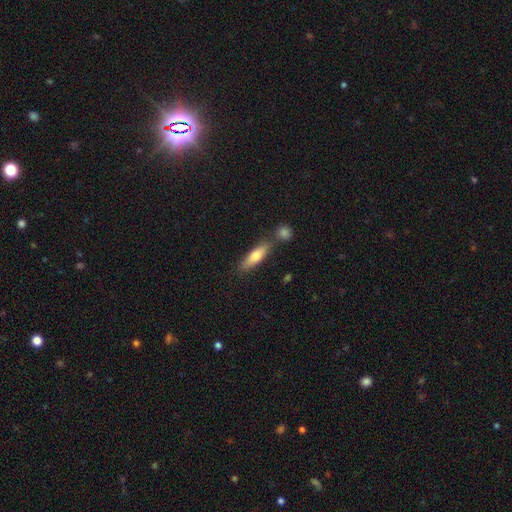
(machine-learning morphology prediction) This appears to be a smooth galaxy with no disk features (69%) that is cigar-shaped (62%). Merging: none (67%).